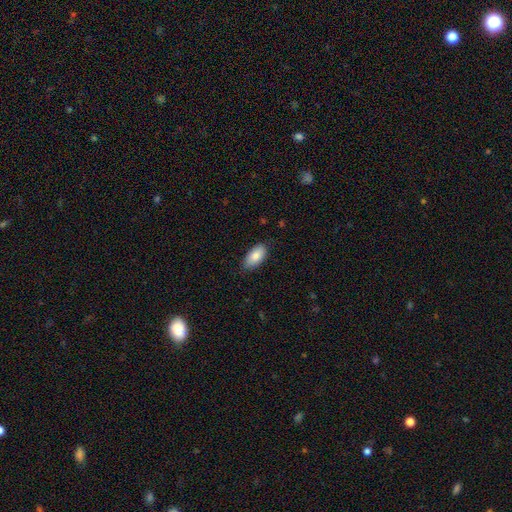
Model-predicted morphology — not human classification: smooth-or-featured: smooth: 84% | featured or disk: 9% | star or artifact: 7%
  how-rounded: in between: 93% | cigar-shaped: 4% | round: 3%
  merging: none: 79% | minor disturbance: 17% | major disturbance: 3% | merger: 1%